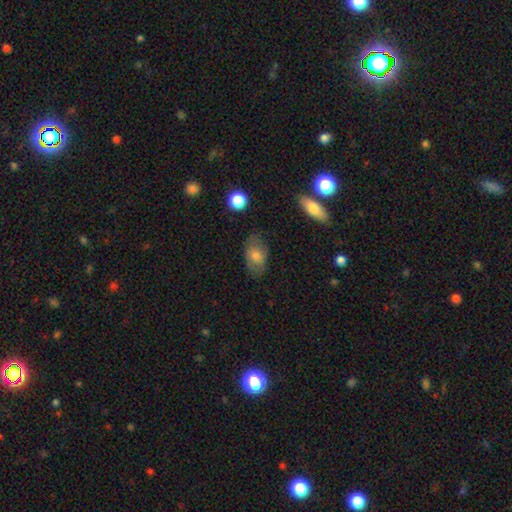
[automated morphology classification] smooth-or-featured: smooth: 72% | featured or disk: 20% | star or artifact: 8%
  how-rounded: in between: 88% | round: 9% | cigar-shaped: 2%
  merging: none: 74% | minor disturbance: 19% | major disturbance: 6% | merger: 2%